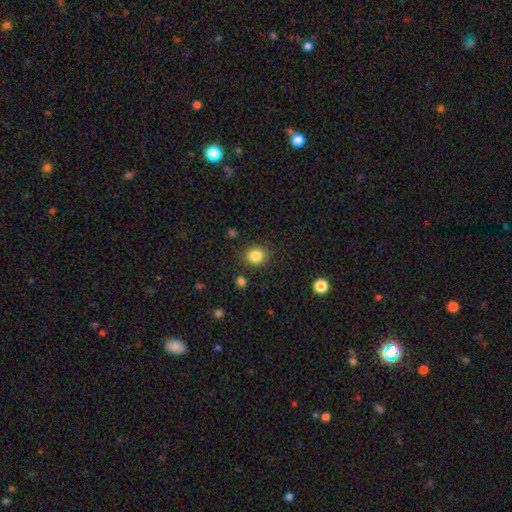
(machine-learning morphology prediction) smooth 85%, star or artifact 11%, featured or disk 5%. Down the decision tree: how rounded — round (81%); merging — none (86%).